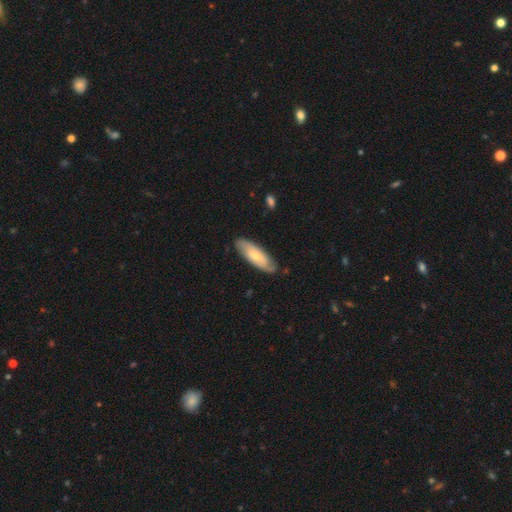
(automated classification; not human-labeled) A smooth galaxy with no disk features (59%) that is in between round and cigar-shaped (61%).

Vote fractions:
- Smooth or featured? smooth: 59% / featured or disk: 35% / star or artifact: 5%
- How rounded? in between: 61% / cigar-shaped: 37% / round: 2%
- Merging? none: 81% / minor disturbance: 15% / major disturbance: 3% / merger: 1%